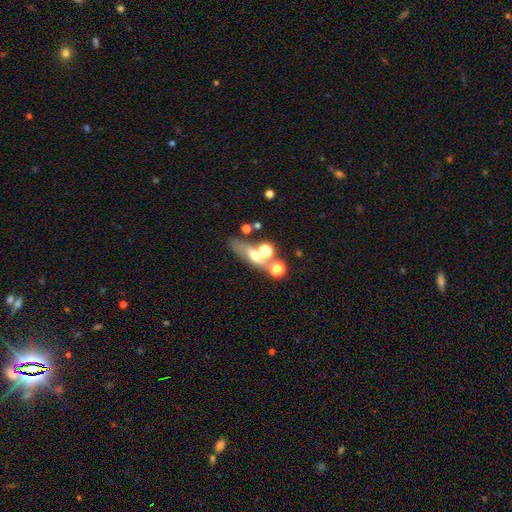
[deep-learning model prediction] This is possibly a smooth galaxy (47%). Merging: possibly none (47%).